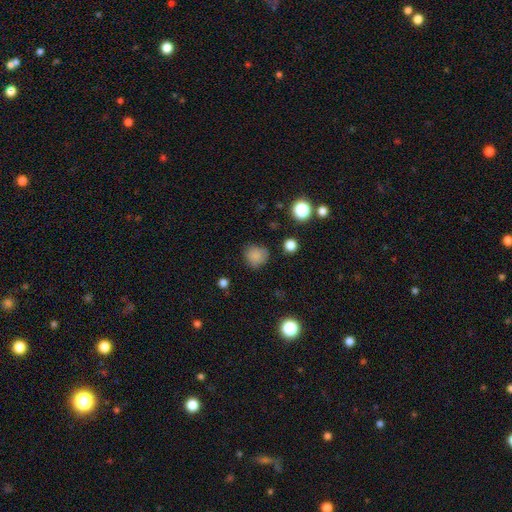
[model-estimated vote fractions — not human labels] Smooth or featured? Predicted: smooth (p=0.82). How rounded? Predicted: round (p=0.88). Merging? Predicted: none (p=0.78).